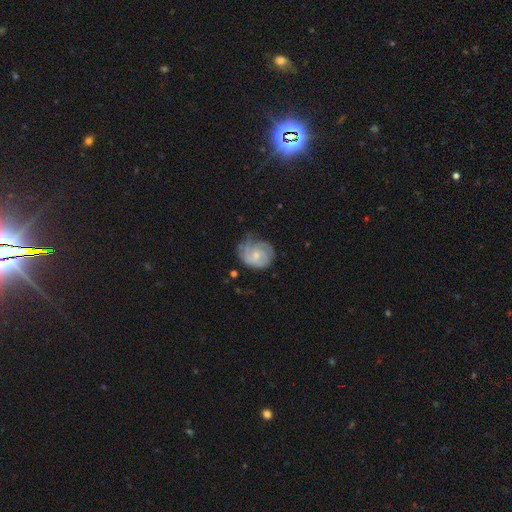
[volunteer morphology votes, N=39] featured or disk 85%, smooth 13%, star or artifact 3%. Down the decision tree: edge-on disk — no (100%); bar — no (73%); spiral arms — yes (94%); spiral arm count — can't tell (42%); spiral winding — tight (58%); bulge size — small (64%); merging — none (58%).